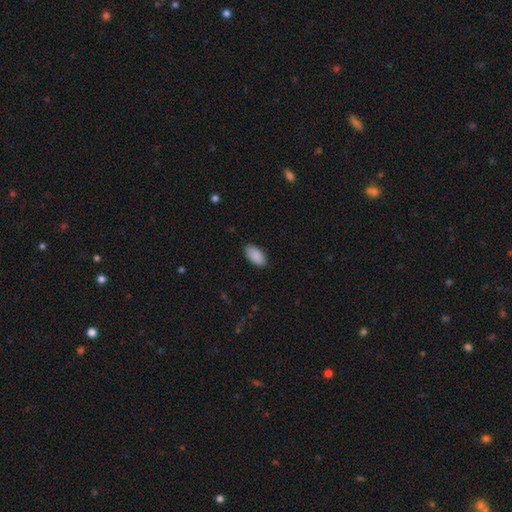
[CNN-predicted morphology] The model was most divided on "merging": none: 87%, minor disturbance: 10%, major disturbance: 2%, merger: 1%. More confident: how rounded — in between (95%); smooth or featured — smooth (90%).